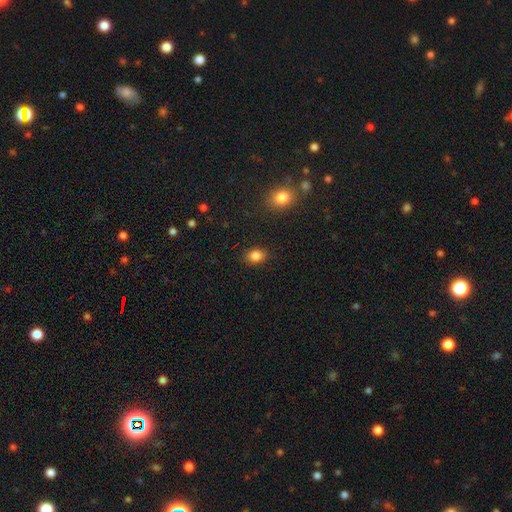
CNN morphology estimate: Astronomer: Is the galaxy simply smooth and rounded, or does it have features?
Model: smooth — 85%.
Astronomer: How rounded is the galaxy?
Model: in between — 65%.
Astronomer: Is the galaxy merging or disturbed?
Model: none — 87%.